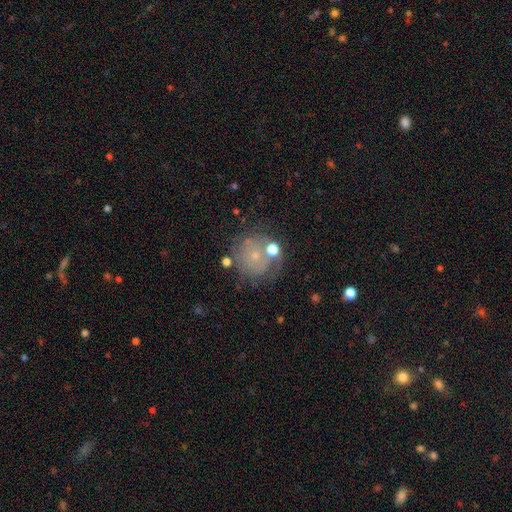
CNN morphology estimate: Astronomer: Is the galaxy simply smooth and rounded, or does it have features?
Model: smooth — 46% (runner-up: featured or disk, 38%).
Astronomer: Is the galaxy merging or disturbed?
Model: none — 61%.